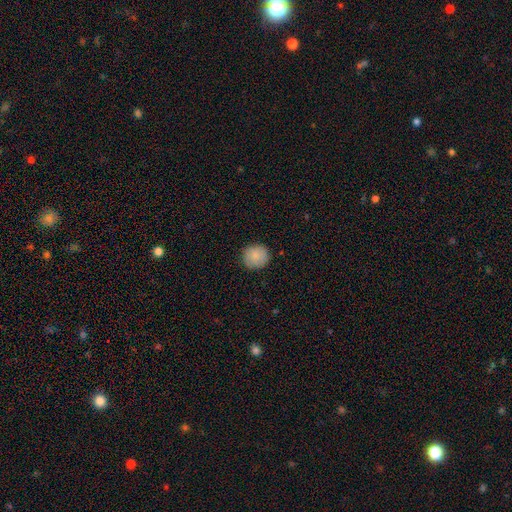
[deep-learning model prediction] smooth 86%, star or artifact 7%, featured or disk 7%. Down the decision tree: how rounded — round (92%); merging — none (89%).